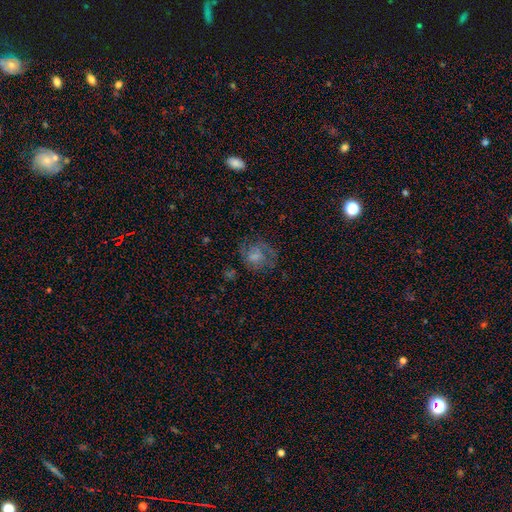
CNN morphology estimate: smooth-or-featured: smooth: 55% | featured or disk: 30% | star or artifact: 15%
  how-rounded: round: 66% | in between: 33% | cigar-shaped: 1%
  merging: none: 53% | minor disturbance: 23% | major disturbance: 22% | merger: 2%